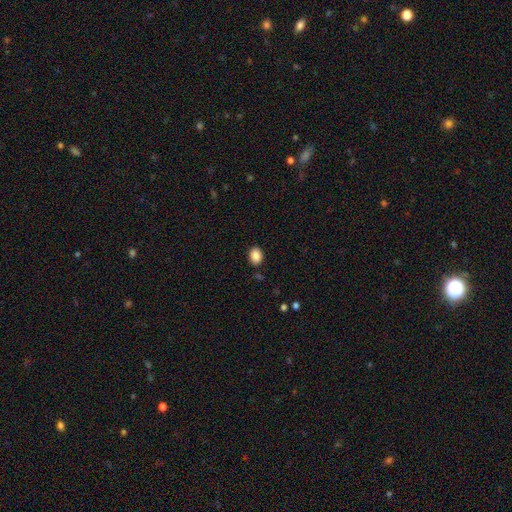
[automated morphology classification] This is clearly a smooth galaxy (88%). How rounded: likely in between (64%). Merging: clearly none (88%).